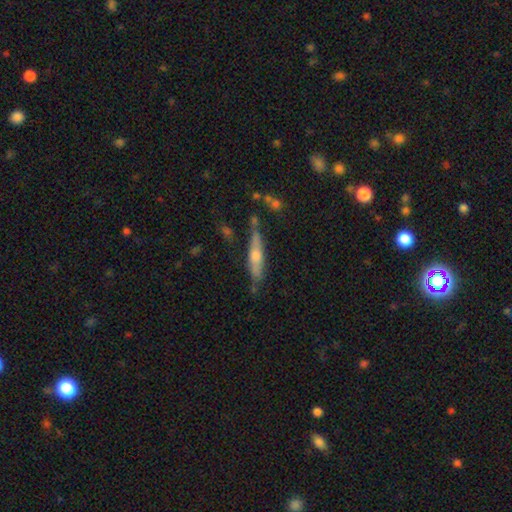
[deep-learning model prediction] smooth-or-featured: featured or disk: 54% | smooth: 39% | star or artifact: 7%
  disk-edge-on: yes: 87% | no: 13%
  merging: none: 73% | minor disturbance: 18% | merger: 5% | major disturbance: 4%